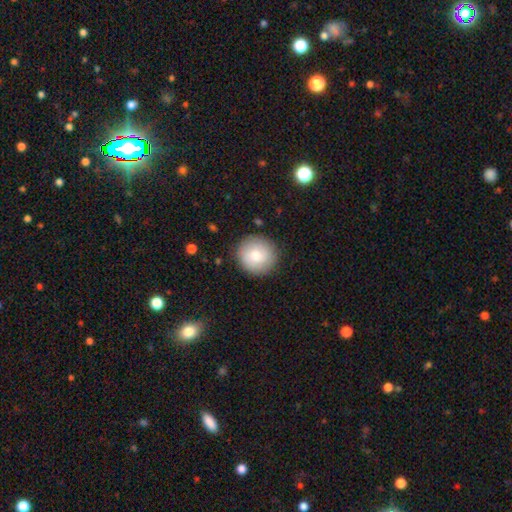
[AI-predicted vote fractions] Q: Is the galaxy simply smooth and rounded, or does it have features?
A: smooth — 74%.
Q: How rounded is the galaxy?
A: round — 92%.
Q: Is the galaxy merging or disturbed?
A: none — 88%.